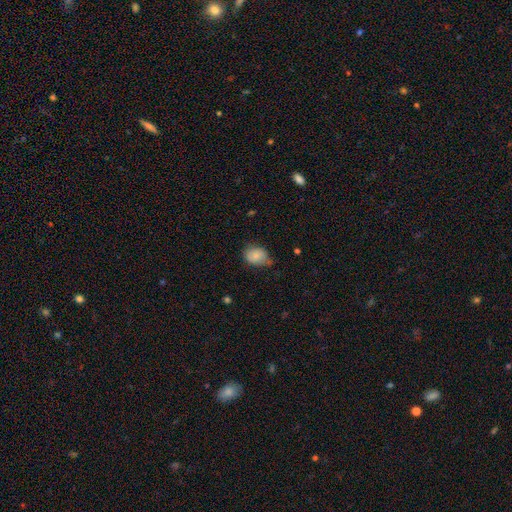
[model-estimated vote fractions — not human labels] smooth-or-featured: smooth: 81% | featured or disk: 10% | star or artifact: 8%
  how-rounded: in between: 56% | round: 43% | cigar-shaped: 1%
  merging: none: 54% | minor disturbance: 36% | major disturbance: 7% | merger: 3%